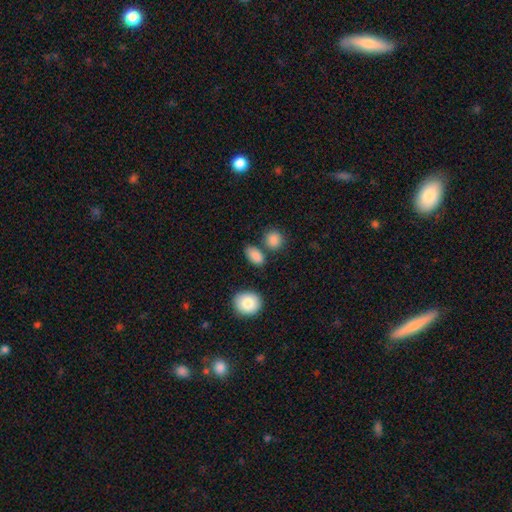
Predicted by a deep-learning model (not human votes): smooth-or-featured: smooth: 87% | star or artifact: 8% | featured or disk: 5%
  how-rounded: in between: 83% | round: 14% | cigar-shaped: 3%
  merging: none: 74% | minor disturbance: 13% | merger: 9% | major disturbance: 4%